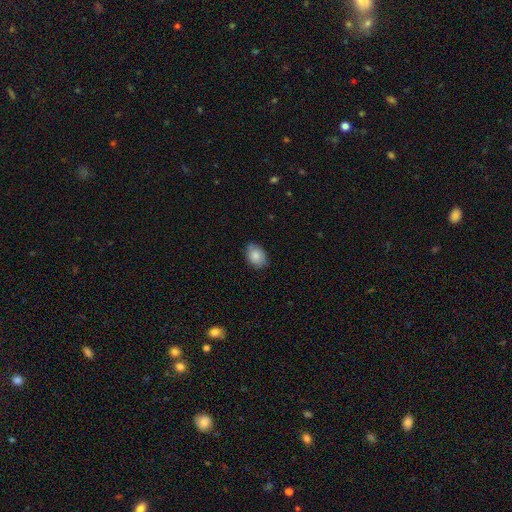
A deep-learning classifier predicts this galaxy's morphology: This appears to be a smooth galaxy with no disk features (83%) that is in between round and cigar-shaped (71%). Merging: none (80%).